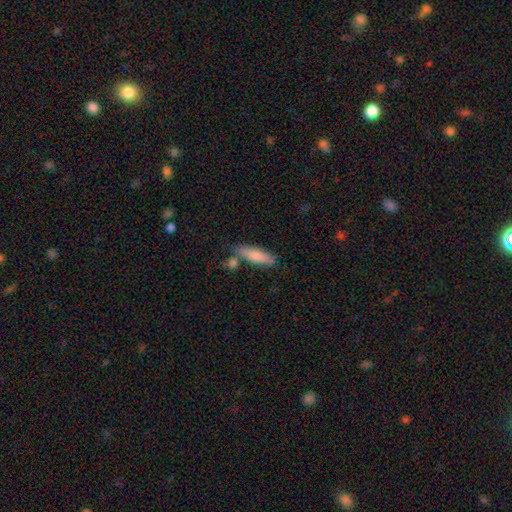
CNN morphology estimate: The model was most divided on "how rounded": cigar-shaped: 63%, in between: 35%, round: 2%. More confident: smooth or featured — smooth (79%); merging — none (70%).